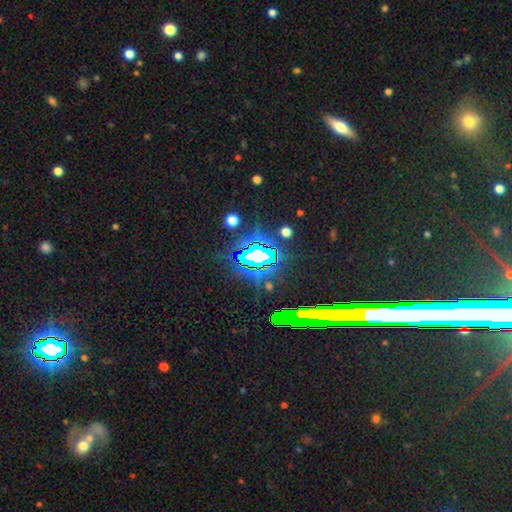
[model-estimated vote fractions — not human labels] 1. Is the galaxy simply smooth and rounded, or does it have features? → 69% star or artifact, 18% smooth, 14% featured or disk.